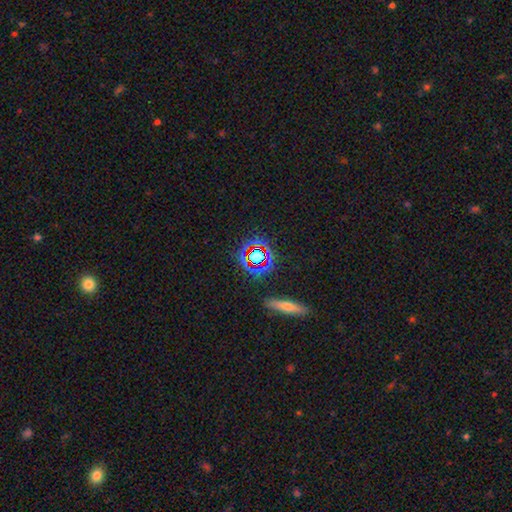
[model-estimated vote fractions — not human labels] A star or artifact, not a galaxy (63%).

Vote fractions:
- Smooth or featured? star or artifact: 63% / smooth: 23% / featured or disk: 14%